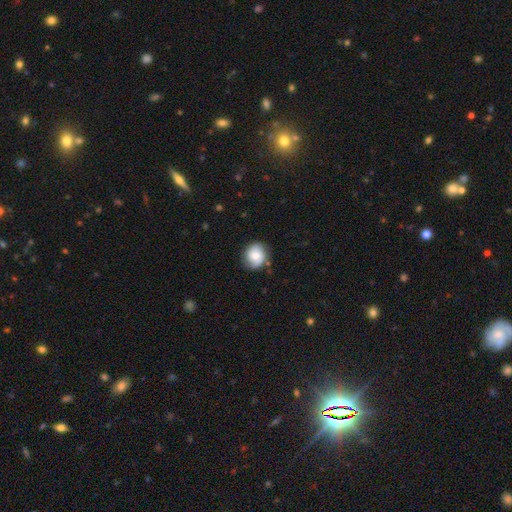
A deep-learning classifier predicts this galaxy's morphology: type=smooth (52%); roundness=round (79%); merging=none (75%).